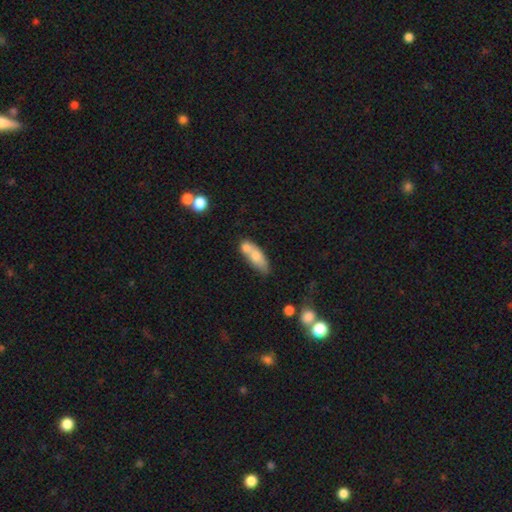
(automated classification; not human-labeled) Smooth or featured?
  - smooth: 67% *
  - featured or disk: 25%
  - star or artifact: 8%
How rounded?
  - in between: 66% *
  - cigar-shaped: 30%
  - round: 4%
Merging?
  - merger: 44% *
  - none: 35%
  - minor disturbance: 15%
  - major disturbance: 6%